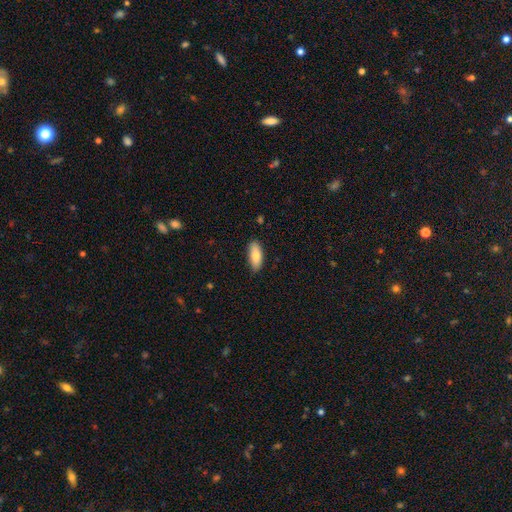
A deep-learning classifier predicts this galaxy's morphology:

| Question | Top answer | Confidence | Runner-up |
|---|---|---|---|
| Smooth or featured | smooth | 83% | featured or disk (11%) |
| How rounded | in between | 80% | cigar-shaped (18%) |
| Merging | none | 83% | minor disturbance (13%) |